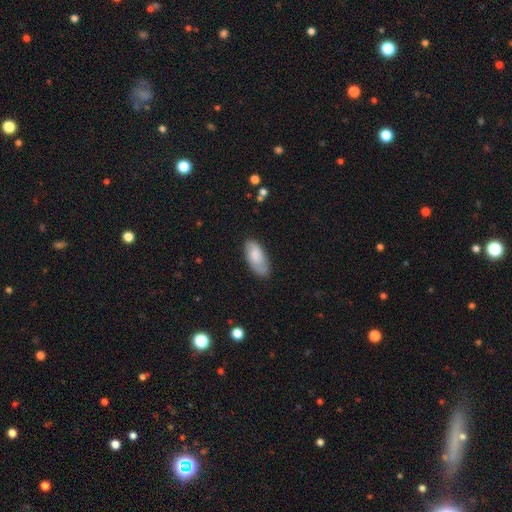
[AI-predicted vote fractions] Smooth or featured? smooth (72%)
How rounded? in between (92%)
Merging? none (76%)